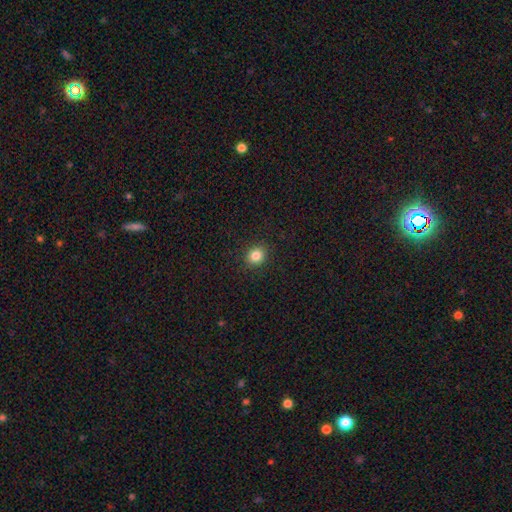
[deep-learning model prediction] A smooth galaxy with no disk features (84%) that is round (71%). Merging: none (91%).